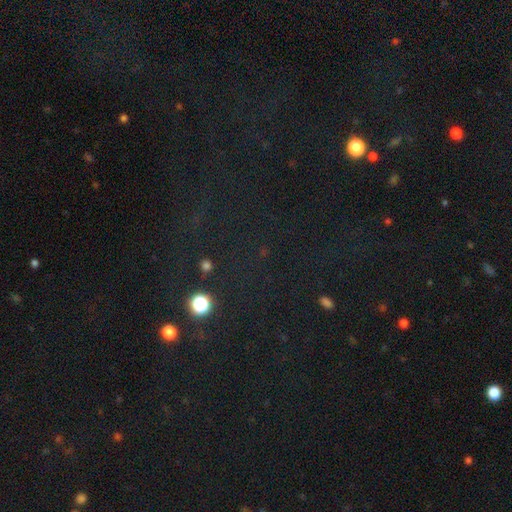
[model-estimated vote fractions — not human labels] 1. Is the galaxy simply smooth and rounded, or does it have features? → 73% star or artifact, 19% smooth, 8% featured or disk.